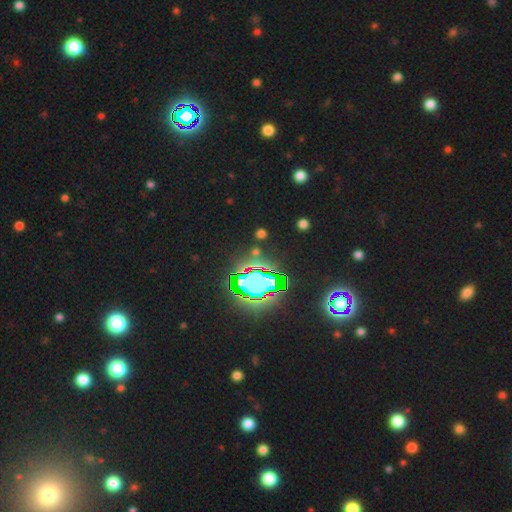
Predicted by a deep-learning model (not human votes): smooth_or_featured: star or artifact (p=0.73) [alt: smooth p=0.16]